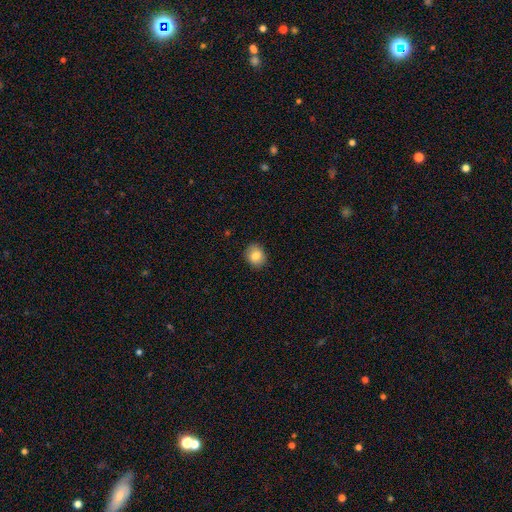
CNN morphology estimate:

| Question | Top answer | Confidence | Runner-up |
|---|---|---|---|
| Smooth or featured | smooth | 83% | star or artifact (9%) |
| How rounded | round | 70% | in between (30%) |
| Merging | none | 89% | minor disturbance (8%) |